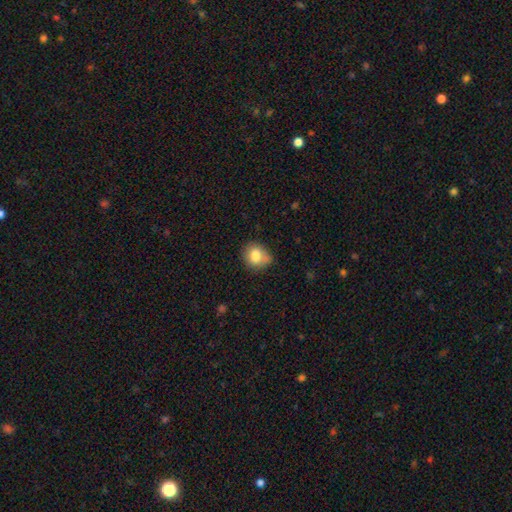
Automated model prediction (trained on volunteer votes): The model was most divided on "how rounded": round: 64%, in between: 35%, cigar-shaped: 1%. More confident: smooth or featured — smooth (81%); merging — none (61%).